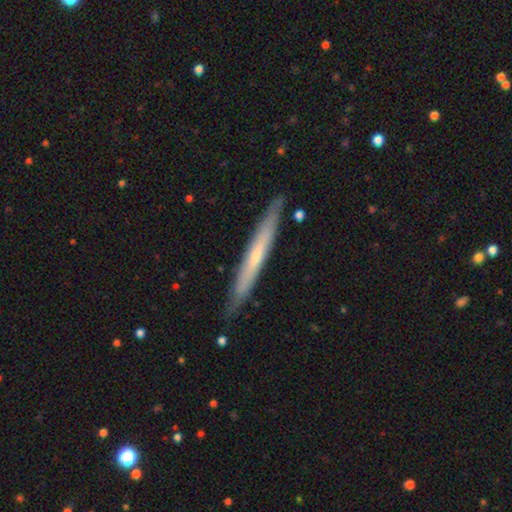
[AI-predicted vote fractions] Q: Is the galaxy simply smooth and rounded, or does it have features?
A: featured or disk — 54%.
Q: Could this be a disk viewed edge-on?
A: yes — 93%.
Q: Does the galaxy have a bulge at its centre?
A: none — 61%.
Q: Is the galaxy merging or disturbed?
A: none — 87%.